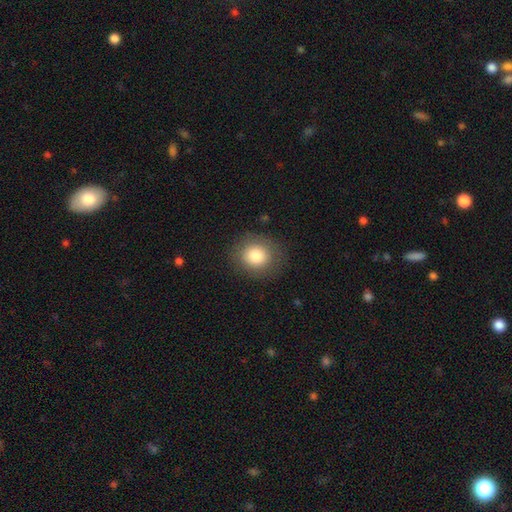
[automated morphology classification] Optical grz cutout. It shows a smooth galaxy with no disk features (82%) that is round (78%). Merging: none (85%).